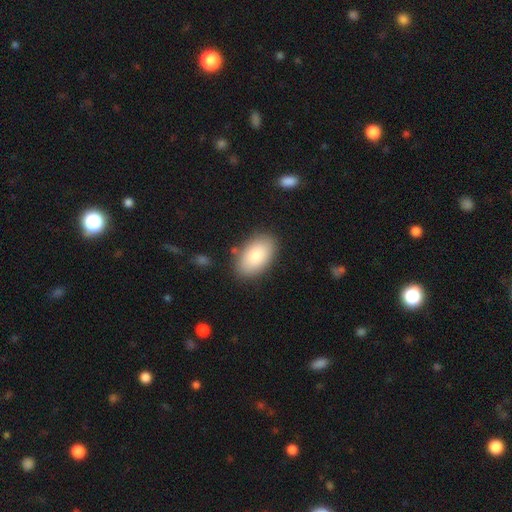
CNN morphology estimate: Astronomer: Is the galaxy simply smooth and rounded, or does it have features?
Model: smooth — 84%.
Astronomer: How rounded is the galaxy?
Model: in between — 94%.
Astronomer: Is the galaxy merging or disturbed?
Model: none — 84%.